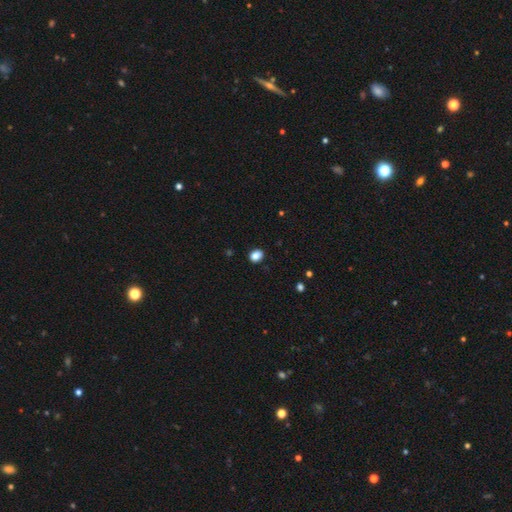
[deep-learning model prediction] This appears to be a smooth galaxy with no disk features (87%) that is in between round and cigar-shaped (64%). Merging: none (89%).